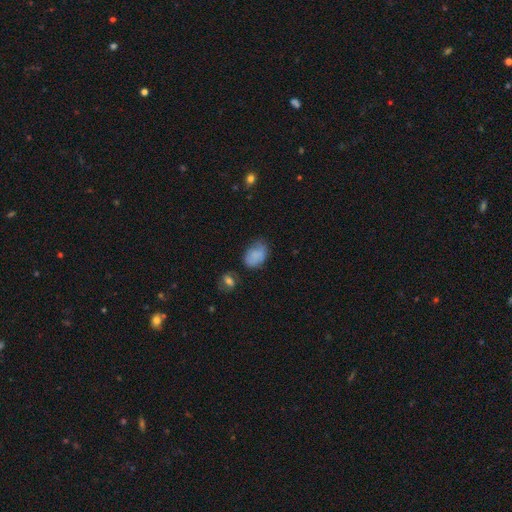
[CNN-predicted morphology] Smooth or featured? Predicted: smooth (p=0.77). How rounded? Predicted: in between (p=0.82). Merging? Predicted: none (p=0.55).